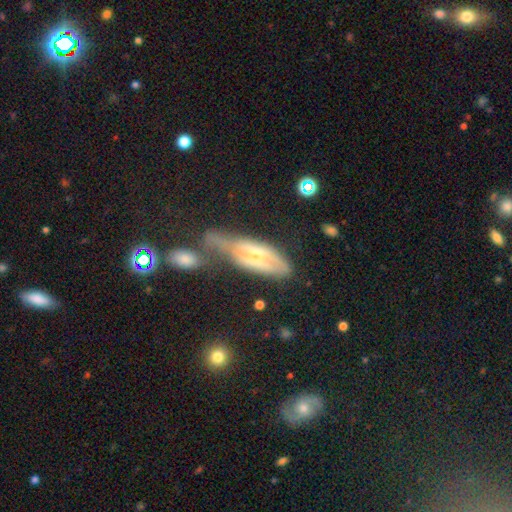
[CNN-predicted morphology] Smooth or featured: featured or disk — 60% (smooth — 28%)
Edge-on disk: yes — 52% (no — 48%)
Merging: none — 34% (minor disturbance — 23%)